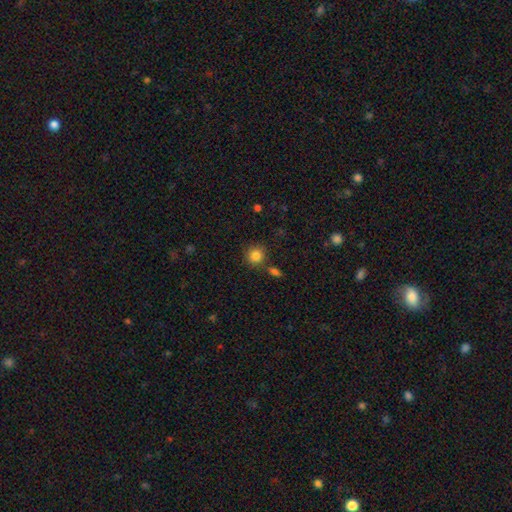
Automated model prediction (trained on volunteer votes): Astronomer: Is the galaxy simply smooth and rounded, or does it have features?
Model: smooth — 84%.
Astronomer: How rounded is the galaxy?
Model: round — 89%.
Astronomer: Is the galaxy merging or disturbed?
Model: none — 78%.